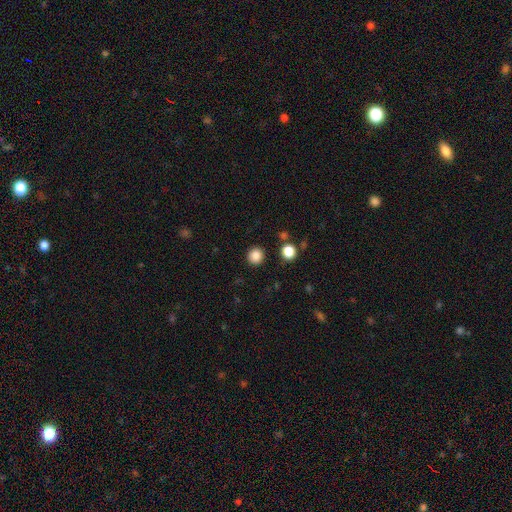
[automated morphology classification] A smooth galaxy with no disk features (86%) that is round (92%).

Vote fractions:
- Smooth or featured? smooth: 86% / star or artifact: 11% / featured or disk: 3%
- How rounded? round: 92% / in between: 7% / cigar-shaped: 1%
- Merging? none: 91% / minor disturbance: 5% / major disturbance: 2% / merger: 2%